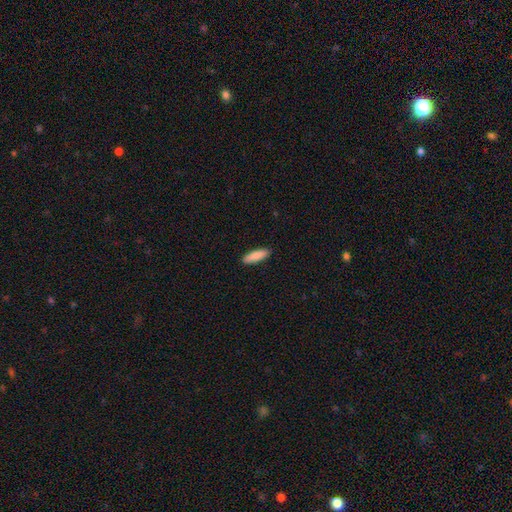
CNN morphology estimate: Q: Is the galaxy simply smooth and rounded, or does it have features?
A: smooth — 88%.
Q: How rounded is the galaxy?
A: cigar-shaped — 54%.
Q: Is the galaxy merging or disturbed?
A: none — 91%.